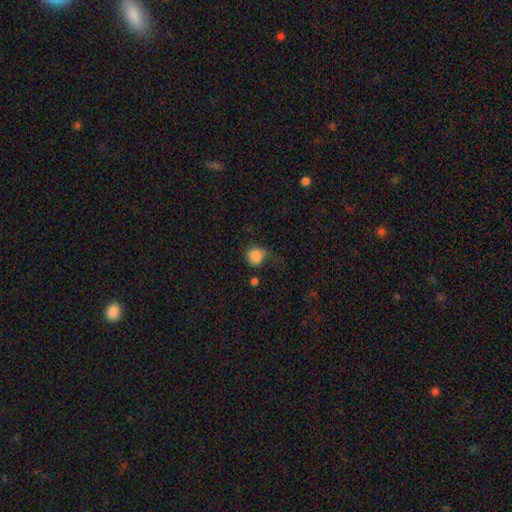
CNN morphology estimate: type=smooth (82%); roundness=round (71%); merging=none (37%).